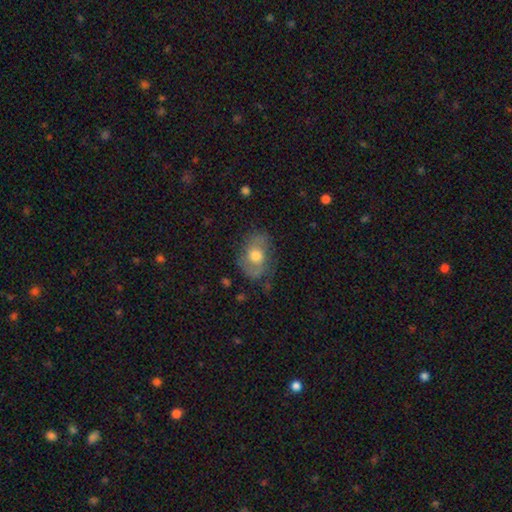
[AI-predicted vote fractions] Overall: featured or disk (49%; smooth 42%). Merging: none (63%; minor disturbance 23%).